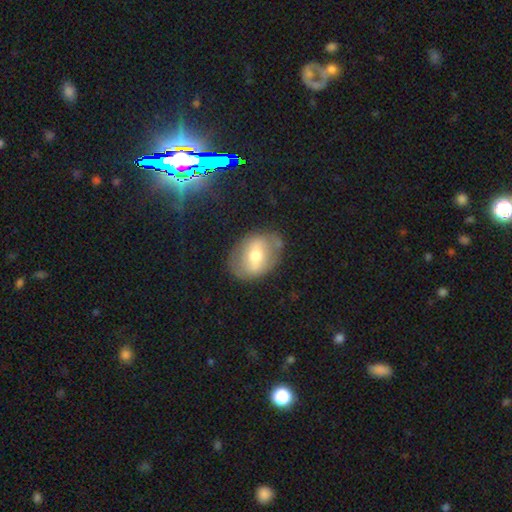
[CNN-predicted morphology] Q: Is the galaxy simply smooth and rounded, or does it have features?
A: featured or disk — 47%.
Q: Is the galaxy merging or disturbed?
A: none — 76%.